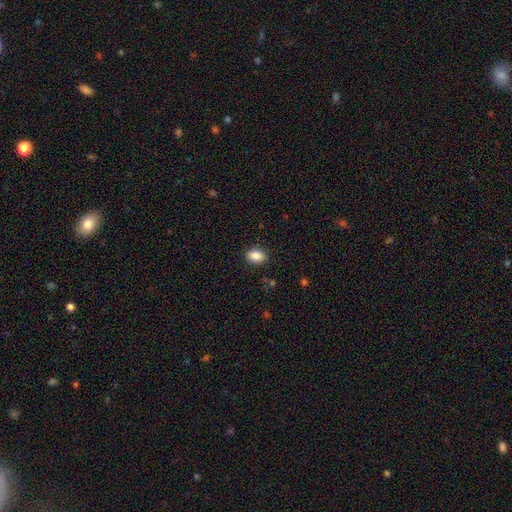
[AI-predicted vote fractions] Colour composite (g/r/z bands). It shows a smooth galaxy with no disk features (88%) that is in between round and cigar-shaped (77%). Merging: none (88%).